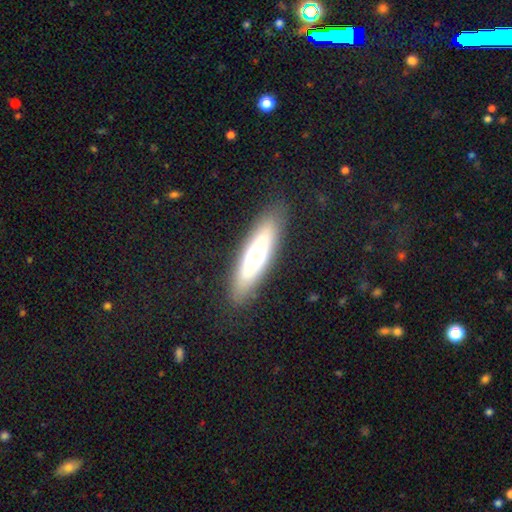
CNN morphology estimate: smooth-or-featured: smooth: 54% | featured or disk: 39% | star or artifact: 7%
  how-rounded: cigar-shaped: 63% | in between: 35% | round: 2%
  merging: none: 85% | minor disturbance: 10% | major disturbance: 3% | merger: 1%